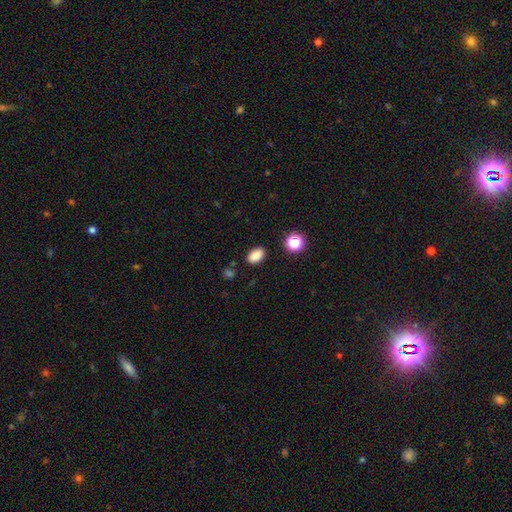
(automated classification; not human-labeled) Smooth or featured: smooth — 85% (star or artifact — 11%)
How rounded: in between — 87% (round — 11%)
Merging: none — 86% (minor disturbance — 9%)